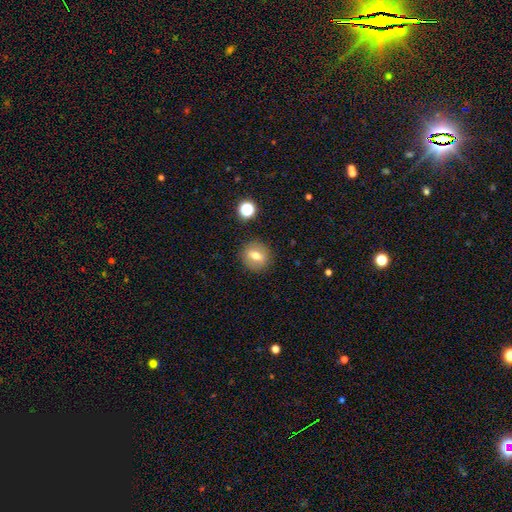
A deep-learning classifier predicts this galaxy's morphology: Smooth or featured? smooth (63%)
How rounded? round (74%)
Merging? none (87%)